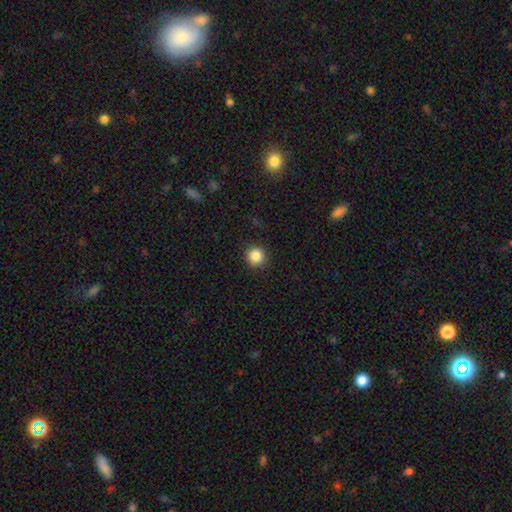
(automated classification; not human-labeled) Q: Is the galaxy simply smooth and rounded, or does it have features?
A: smooth — 86%.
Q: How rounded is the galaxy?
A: round — 95%.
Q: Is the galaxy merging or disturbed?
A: none — 92%.